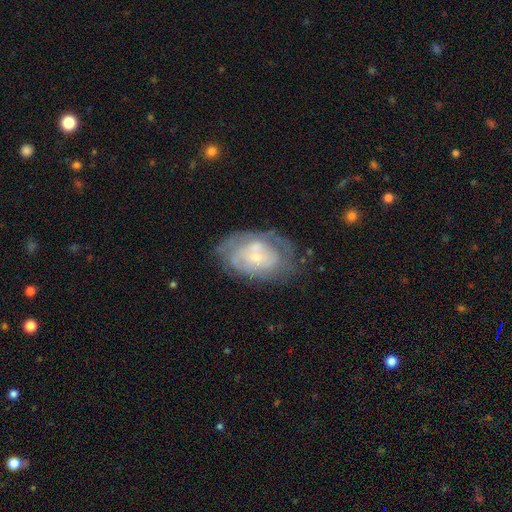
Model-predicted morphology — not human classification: type=featured or disk (68%); edge-on=no (95%); bar=no (76%); spiral arms=yes (67%); bulge=small (70%); merging=none (61%).